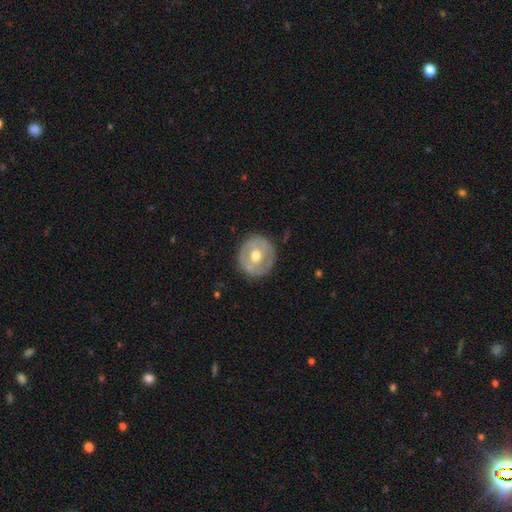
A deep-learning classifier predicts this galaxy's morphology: The model was most divided on "smooth or featured": featured or disk: 54%, smooth: 40%, star or artifact: 5%. More confident: edge-on disk — no (95%); merging — none (84%); bulge size — moderate (80%); spiral arms — no (65%); bar — no (57%).